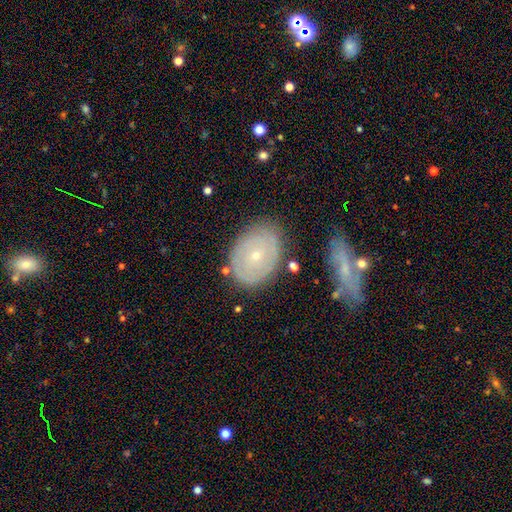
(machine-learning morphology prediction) The model was most divided on "smooth or featured": featured or disk: 54%, smooth: 37%, star or artifact: 9%. More confident: edge-on disk — no (92%); merging — none (79%).